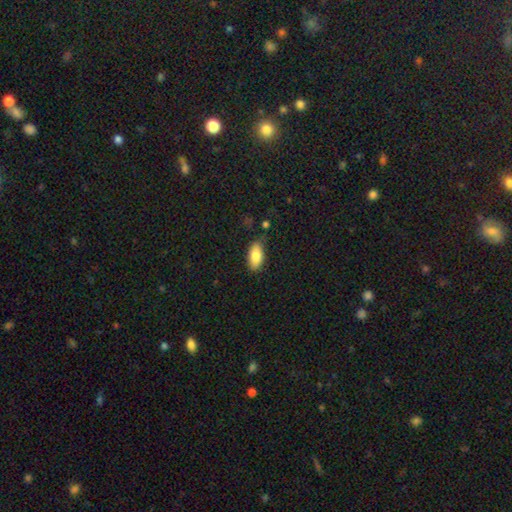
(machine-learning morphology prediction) This is clearly a smooth galaxy (83%). How rounded: clearly in between (90%). Merging: likely none (76%).